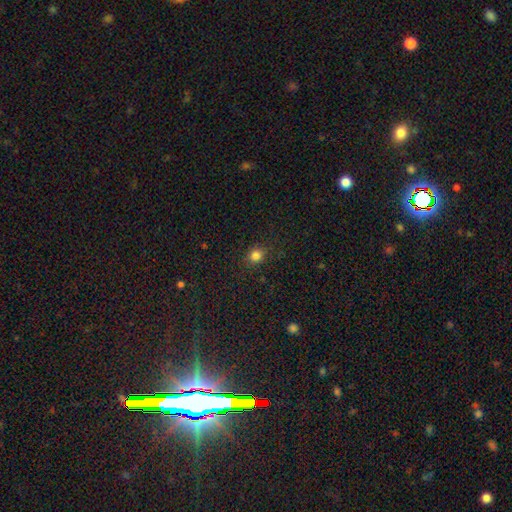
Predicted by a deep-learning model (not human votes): Morphology: type=smooth (82%); roundness=round (74%); merging=none (86%).